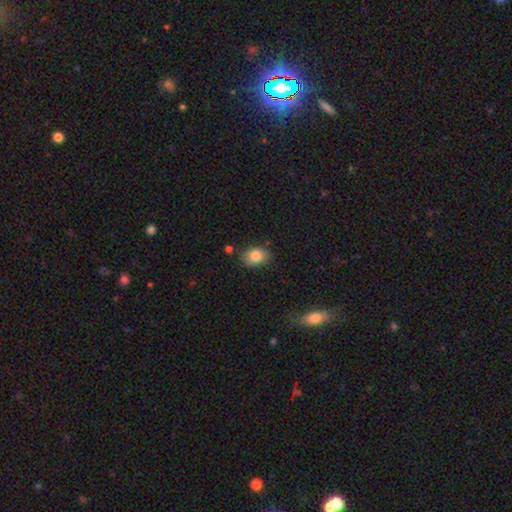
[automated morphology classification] Smooth or featured? smooth (83%)
How rounded? in between (81%)
Merging? none (77%)